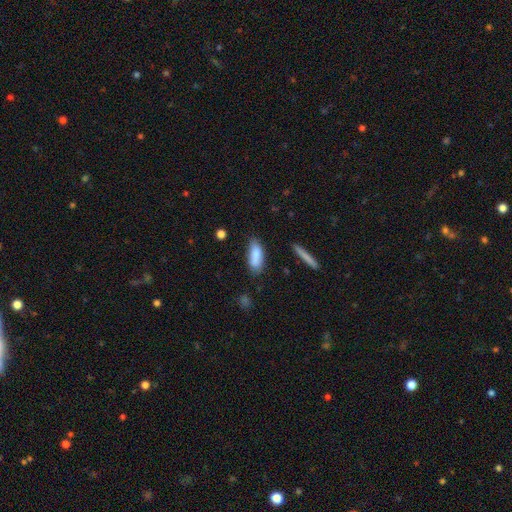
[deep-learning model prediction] Smooth or featured? smooth (84%)
How rounded? in between (66%)
Merging? none (68%)